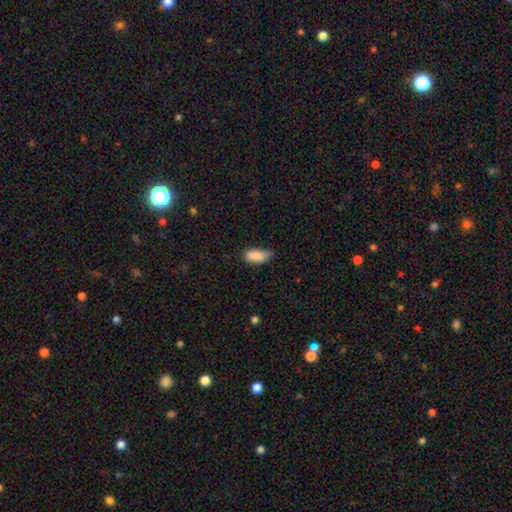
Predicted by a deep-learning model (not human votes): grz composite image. It shows a smooth galaxy with no disk features (86%) that is in between round and cigar-shaped (86%). Merging: minor disturbance (45%).